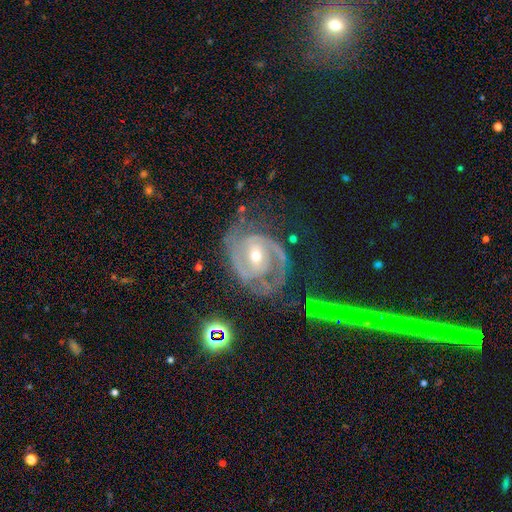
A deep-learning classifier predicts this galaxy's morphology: Smooth or featured? featured or disk (89%)
Edge-on disk? no (97%)
Bar? weak (39%)
Spiral arms? yes (97%)
Spiral winding? tight (47%)
Spiral arm count? 2 (77%)
Bulge size? small (50%)
Merging? none (61%)